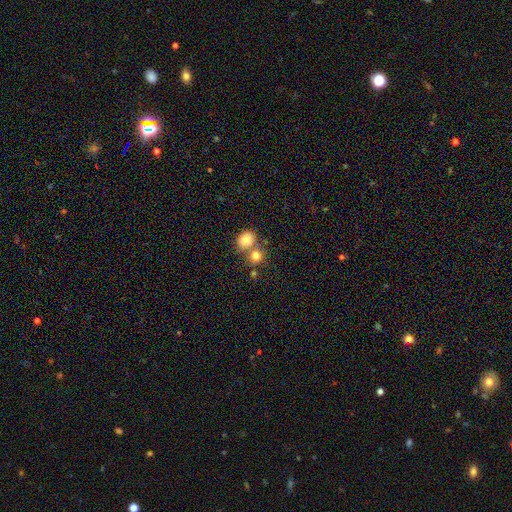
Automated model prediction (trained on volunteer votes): Smooth or featured? smooth (79%)
How rounded? round (81%)
Merging? none (51%)